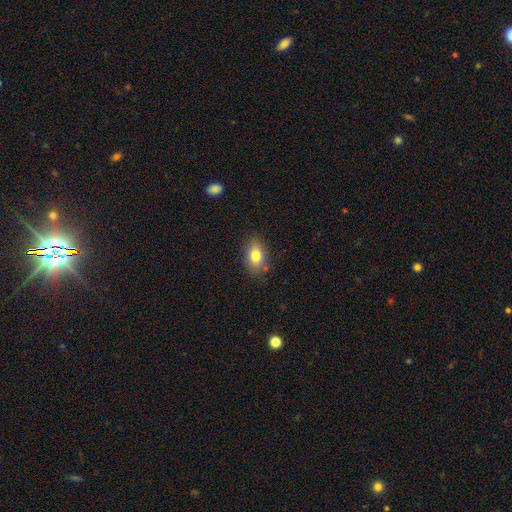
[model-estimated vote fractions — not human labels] Overall: smooth (79%). How rounded: in between (81%). Merging: none (82%).